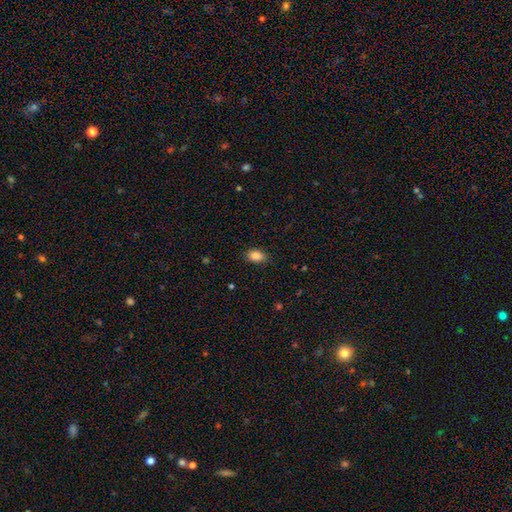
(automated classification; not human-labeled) Smooth or featured: smooth — 87% (star or artifact — 9%)
How rounded: in between — 80% (round — 18%)
Merging: none — 84% (minor disturbance — 12%)